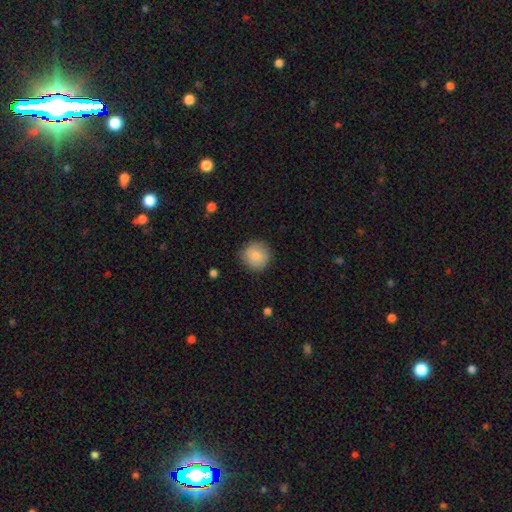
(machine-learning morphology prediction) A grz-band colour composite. It shows a smooth galaxy with no disk features (84%) that is round (93%). Merging: none (86%).